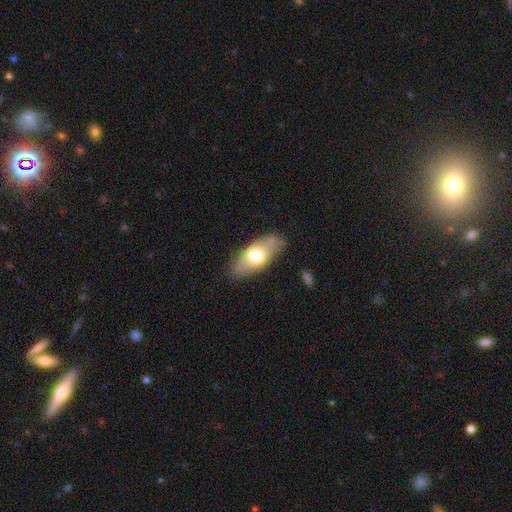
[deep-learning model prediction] smooth_or_featured: smooth (p=0.67) [alt: featured or disk p=0.27]
how_rounded: in between (p=0.85) [alt: cigar-shaped p=0.11]
merging: none (p=0.76) [alt: minor disturbance p=0.17]